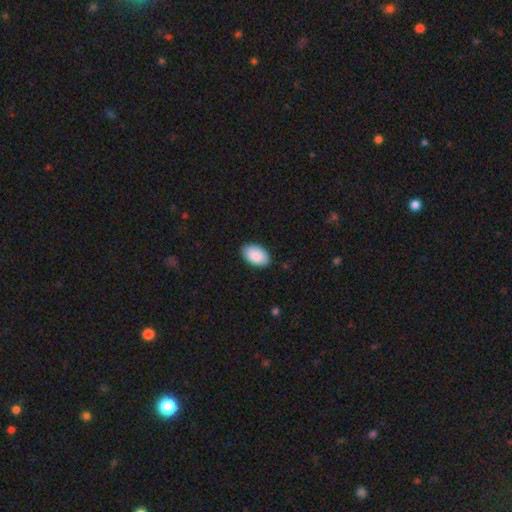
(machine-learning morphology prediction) type=smooth (90%); roundness=in between (95%); merging=none (88%).